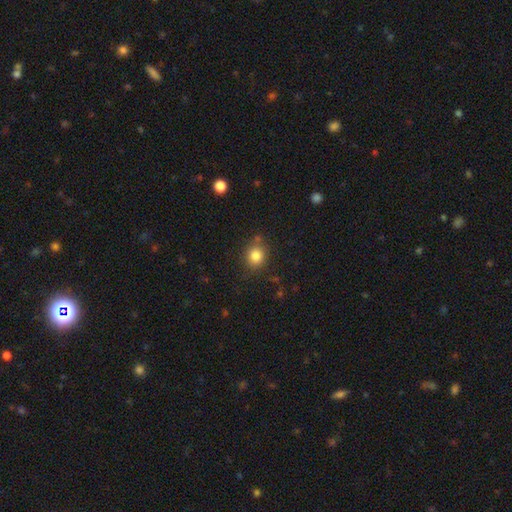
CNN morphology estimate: Q: Smooth or featured?
A: smooth (82%); runner-up: star or artifact (11%)
Q: How rounded?
A: round (76%); runner-up: in between (23%)
Q: Merging?
A: none (79%); runner-up: minor disturbance (13%)